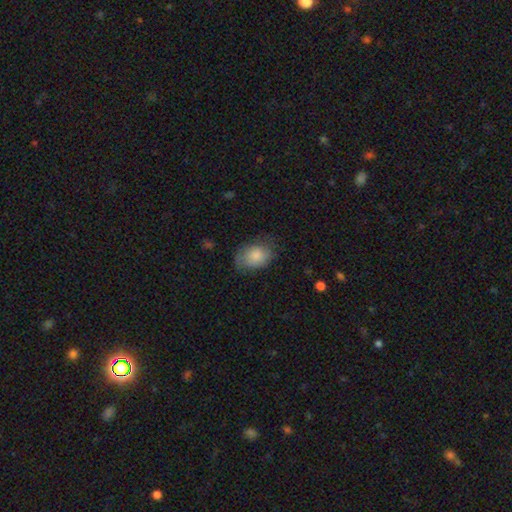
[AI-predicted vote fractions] Overall: smooth (77%). How rounded: in between (76%). Merging: none (59%; minor disturbance 29%).